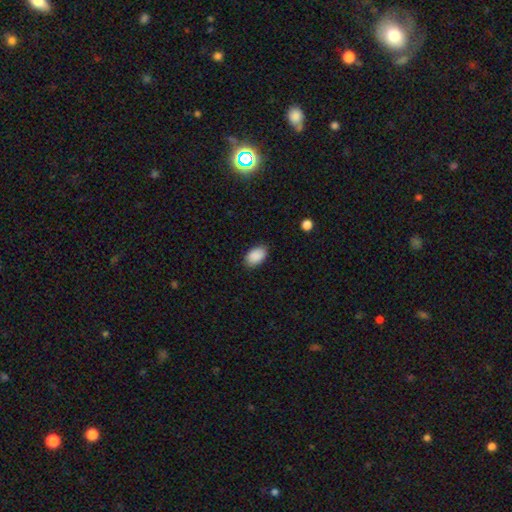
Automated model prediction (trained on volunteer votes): smooth 90%, star or artifact 7%, featured or disk 3%. Down the decision tree: how rounded — in between (92%); merging — none (86%).